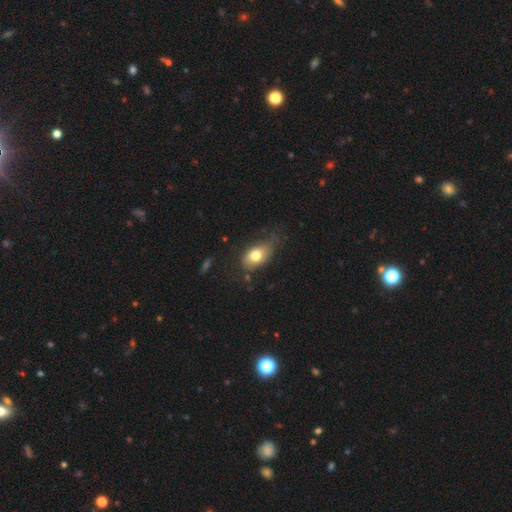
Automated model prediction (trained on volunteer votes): The model was most divided on "merging": none: 55%, minor disturbance: 31%, major disturbance: 11%, merger: 2%. More confident: how rounded — in between (85%); smooth or featured — smooth (74%).